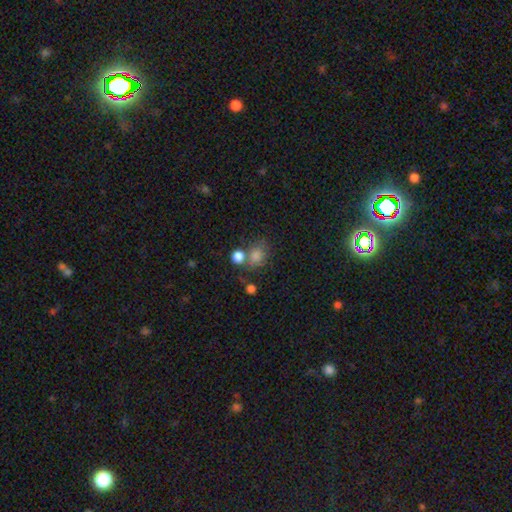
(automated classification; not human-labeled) Smooth or featured: smooth — 74% (star or artifact — 17%)
How rounded: round — 56% (in between — 43%)
Merging: none — 55% (merger — 23%)